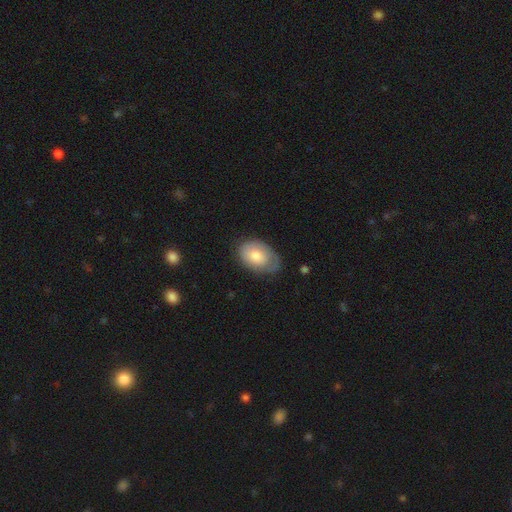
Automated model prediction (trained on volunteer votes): The model was most divided on "merging": none: 59%, minor disturbance: 30%, major disturbance: 9%, merger: 2%. More confident: how rounded — in between (87%); smooth or featured — smooth (69%).